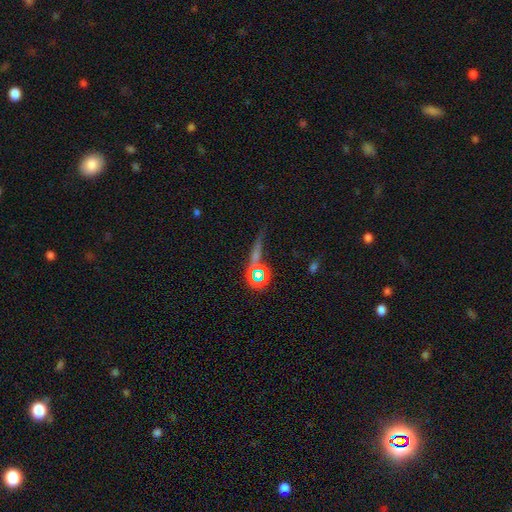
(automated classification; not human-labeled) Smooth or featured? star or artifact (57%)